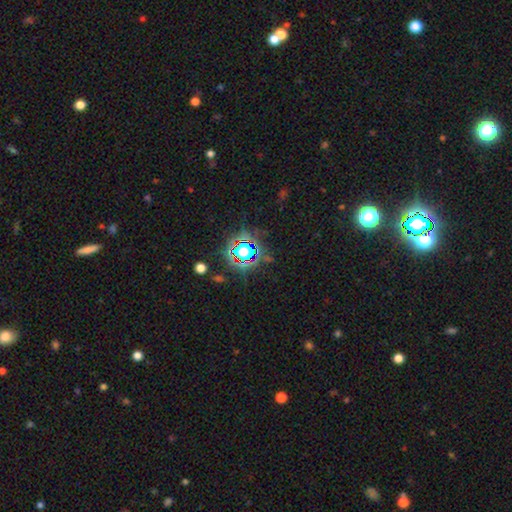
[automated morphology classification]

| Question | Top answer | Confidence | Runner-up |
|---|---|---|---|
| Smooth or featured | star or artifact | 75% | smooth (16%) |